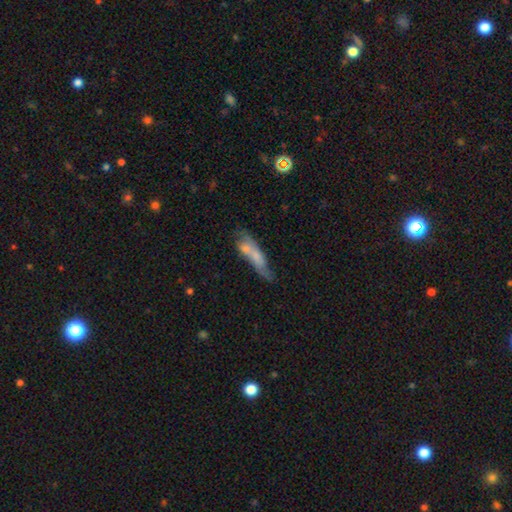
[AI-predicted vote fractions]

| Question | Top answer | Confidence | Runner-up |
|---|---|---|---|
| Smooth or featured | smooth | 54% | featured or disk (38%) |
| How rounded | cigar-shaped | 64% | in between (33%) |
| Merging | none | 34% | merger (30%) |